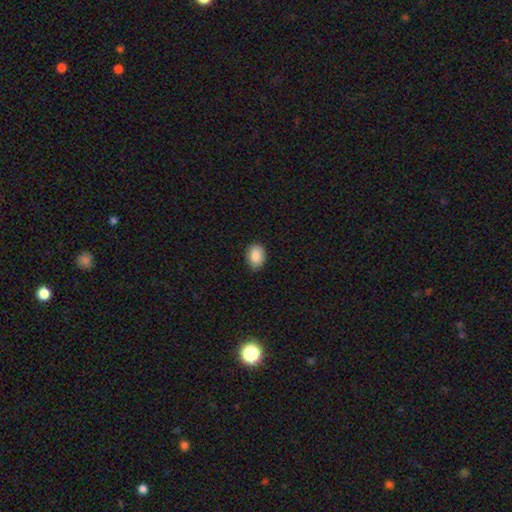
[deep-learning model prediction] Morphology: type=smooth (88%); roundness=in between (72%); merging=none (77%).